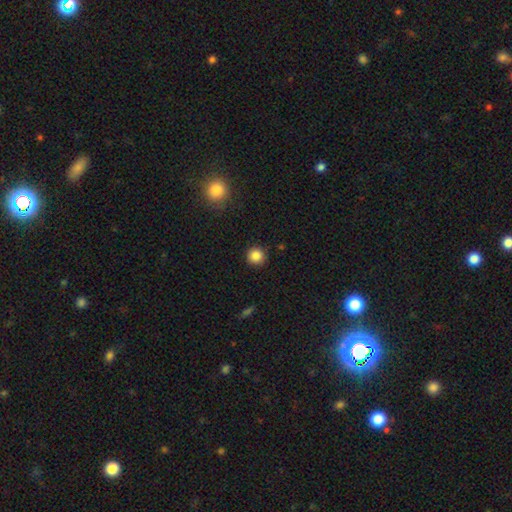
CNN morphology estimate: Q: Smooth or featured?
A: smooth (85%); runner-up: star or artifact (11%)
Q: How rounded?
A: round (94%); runner-up: in between (5%)
Q: Merging?
A: none (90%); runner-up: minor disturbance (7%)